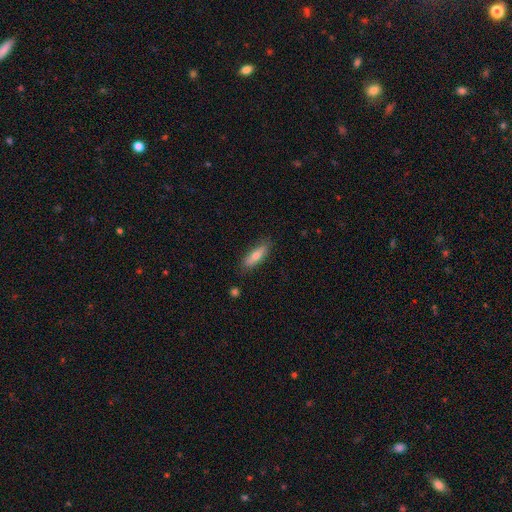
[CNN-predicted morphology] Q: Smooth or featured?
A: smooth (71%); runner-up: featured or disk (23%)
Q: How rounded?
A: cigar-shaped (51%); runner-up: in between (46%)
Q: Merging?
A: none (83%); runner-up: minor disturbance (13%)